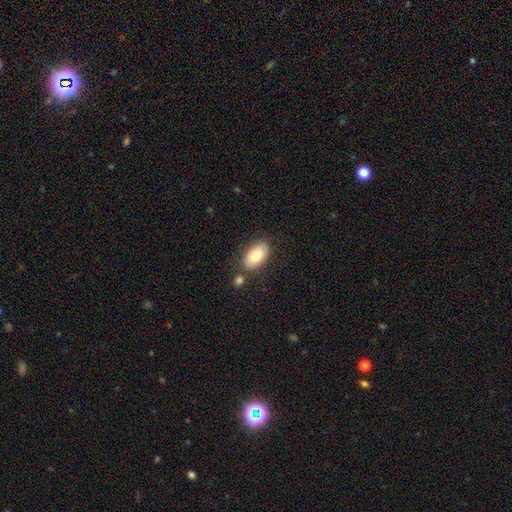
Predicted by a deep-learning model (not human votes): Q: Smooth or featured?
A: smooth (81%); runner-up: featured or disk (13%)
Q: How rounded?
A: in between (94%); runner-up: round (4%)
Q: Merging?
A: none (74%); runner-up: minor disturbance (13%)